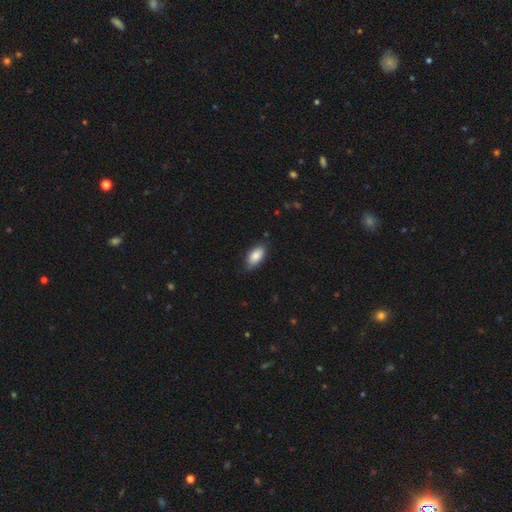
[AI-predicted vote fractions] Smooth or featured? smooth (86%)
How rounded? in between (92%)
Merging? none (78%)